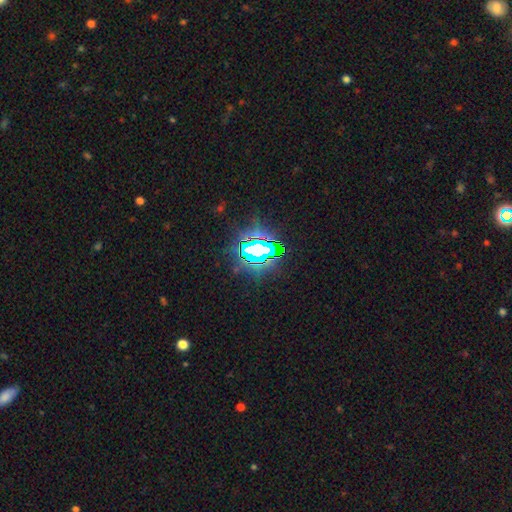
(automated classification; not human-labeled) smooth_or_featured: star or artifact (p=0.73) [alt: smooth p=0.14]